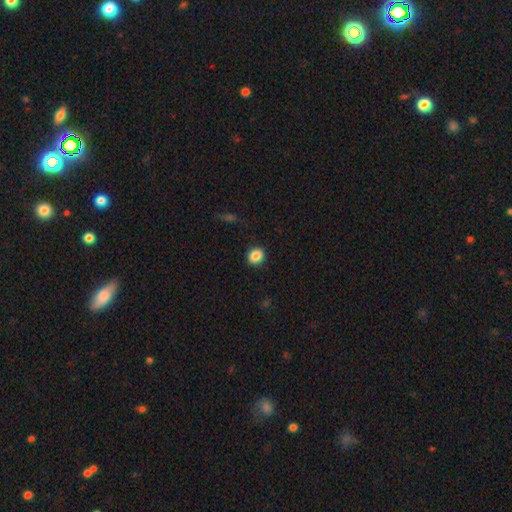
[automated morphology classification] This appears to be a smooth galaxy with no disk features (87%) that is round (78%). Merging: none (91%).